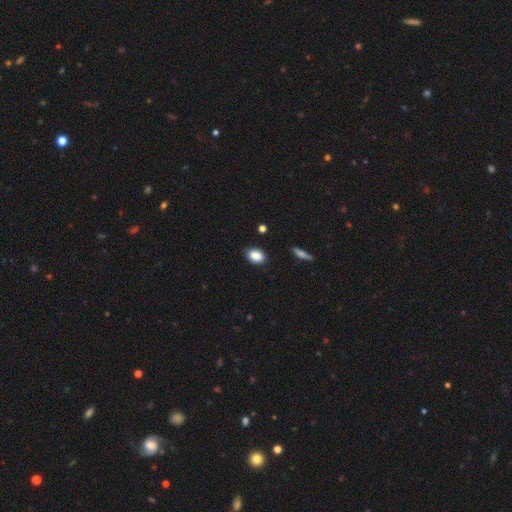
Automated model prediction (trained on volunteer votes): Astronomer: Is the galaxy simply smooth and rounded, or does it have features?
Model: smooth — 87%.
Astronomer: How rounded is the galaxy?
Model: in between — 74%.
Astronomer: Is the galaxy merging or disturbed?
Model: none — 86%.